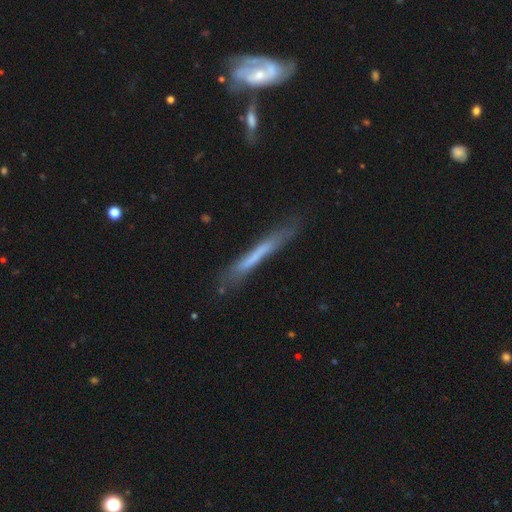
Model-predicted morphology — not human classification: Smooth or featured? Predicted: smooth (p=0.51). How rounded? Predicted: cigar-shaped (p=0.96). Merging? Predicted: none (p=0.67).